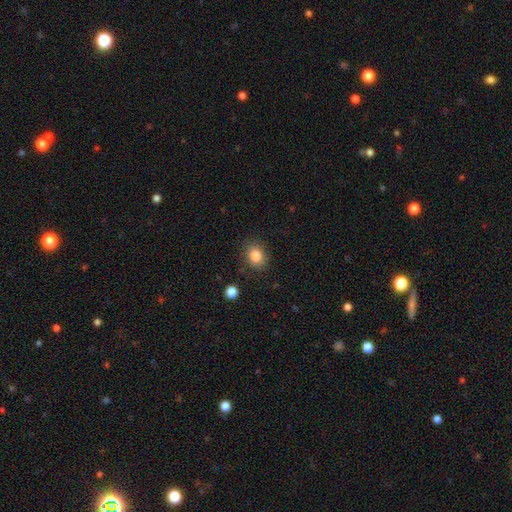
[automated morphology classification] Overall: smooth (84%). How rounded: round (52%; in between 47%). Merging: none (84%).